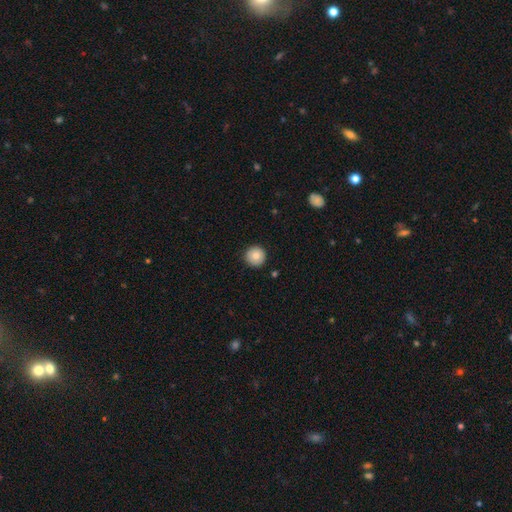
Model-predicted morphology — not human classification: A smooth galaxy with no disk features (84%) that is round (96%). Merging: none (91%).